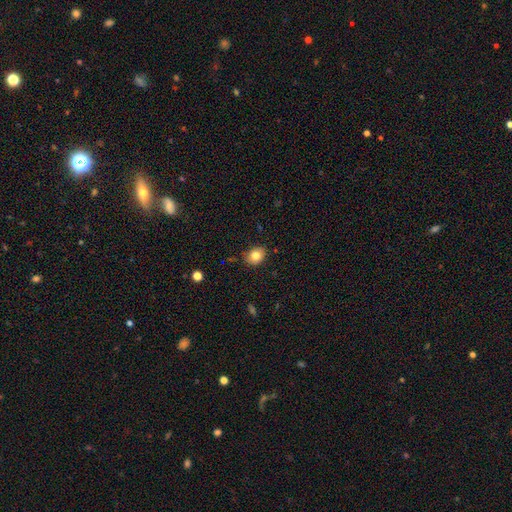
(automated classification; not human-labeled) The model was most divided on "how rounded": in between: 57%, round: 42%, cigar-shaped: 1%. More confident: merging — none (80%); smooth or featured — smooth (80%).